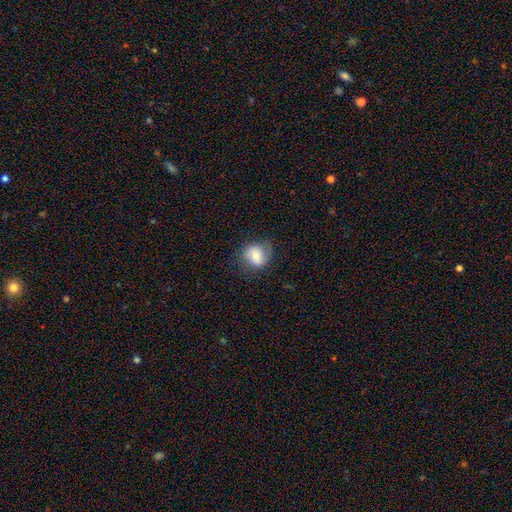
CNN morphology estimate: Overall: smooth (62%; featured or disk 30%). How rounded: round (64%; in between 35%). Merging: none (64%).